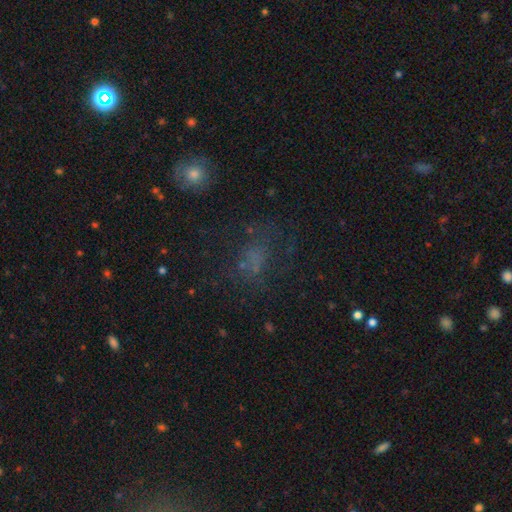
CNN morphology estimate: This is marginally a smooth galaxy (42%). Merging: possibly none (51%).